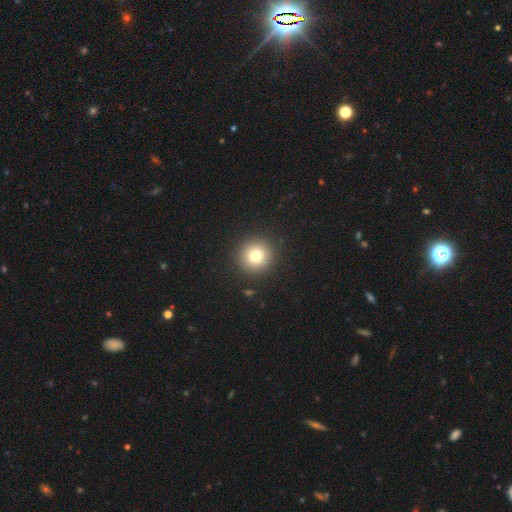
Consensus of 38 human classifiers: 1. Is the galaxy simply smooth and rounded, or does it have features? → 71% smooth, 16% featured or disk, 13% star or artifact.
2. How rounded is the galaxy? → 93% round, 7% in between, 0% cigar-shaped.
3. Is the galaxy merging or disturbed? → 94% none, 3% minor disturbance, 3% major disturbance, 0% merger.